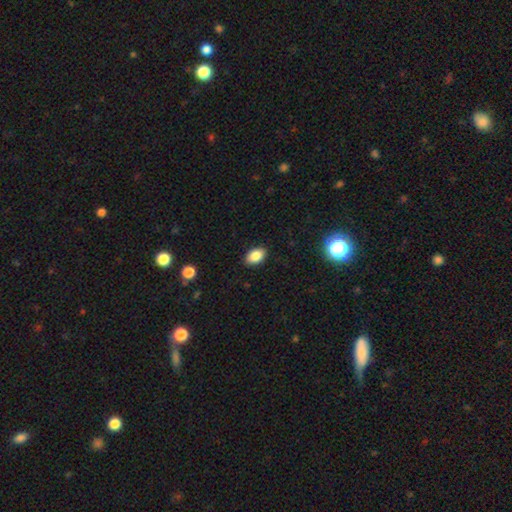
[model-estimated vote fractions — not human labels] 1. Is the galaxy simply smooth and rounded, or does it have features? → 85% smooth, 9% star or artifact, 6% featured or disk.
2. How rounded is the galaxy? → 90% in between, 9% round, 1% cigar-shaped.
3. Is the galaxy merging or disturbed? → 89% none, 8% minor disturbance, 2% major disturbance, 1% merger.